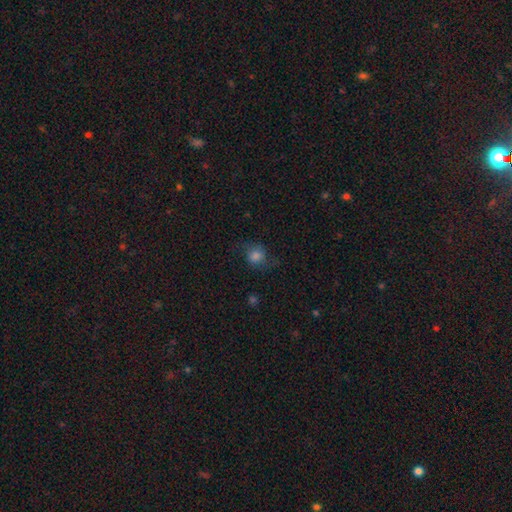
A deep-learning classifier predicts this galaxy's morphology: Smooth or featured: smooth — 72% (featured or disk — 17%)
How rounded: round — 73% (in between — 26%)
Merging: none — 62% (minor disturbance — 22%)